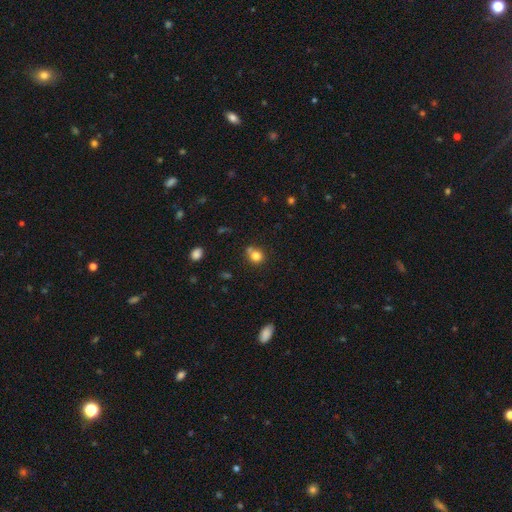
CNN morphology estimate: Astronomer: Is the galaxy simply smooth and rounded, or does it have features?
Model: smooth — 80%.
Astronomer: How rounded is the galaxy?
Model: round — 82%.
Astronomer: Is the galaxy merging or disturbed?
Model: none — 59%.